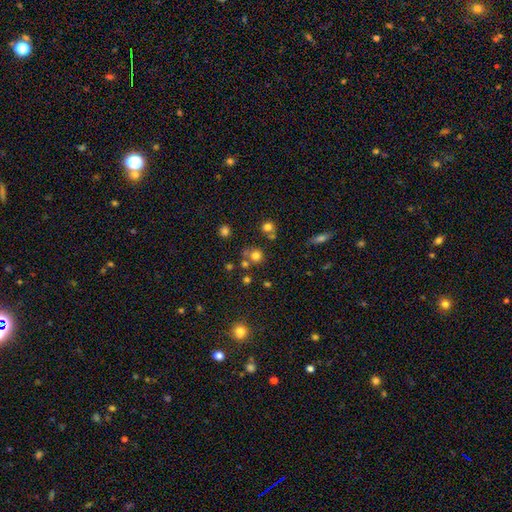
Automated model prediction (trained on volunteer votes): Smooth or featured? smooth (71%)
How rounded? round (88%)
Merging? none (62%)